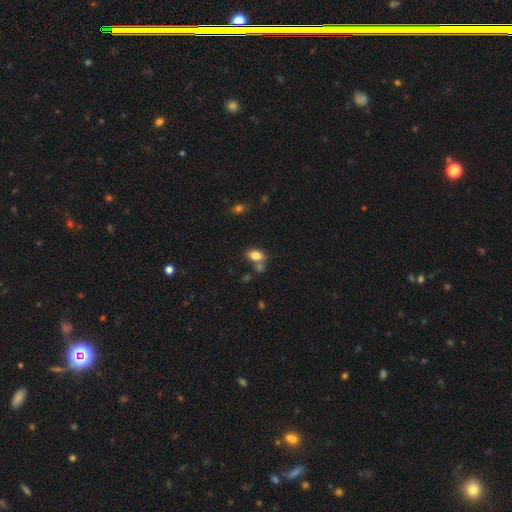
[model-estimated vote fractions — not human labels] Smooth or featured? Predicted: smooth (p=0.82). How rounded? Predicted: in between (p=0.88). Merging? Predicted: none (p=0.56).